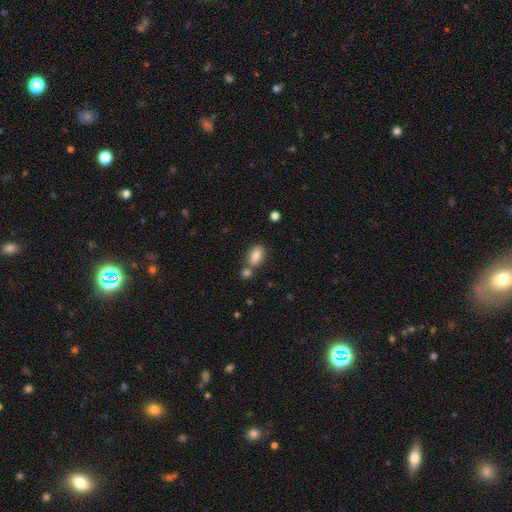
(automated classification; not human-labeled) Morphology: type=smooth (84%); roundness=in between (87%); merging=none (59%).